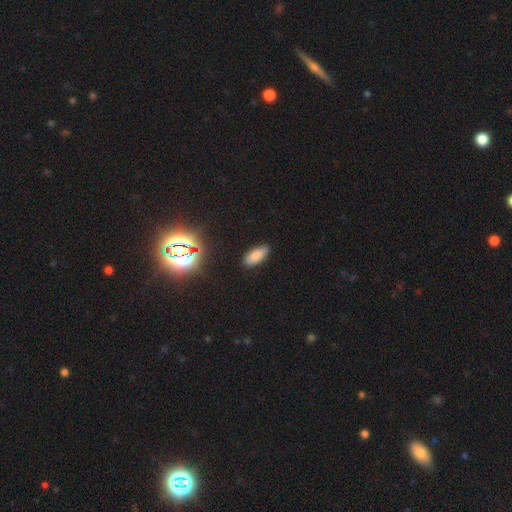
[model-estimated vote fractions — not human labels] This is likely a smooth galaxy (80%). How rounded: clearly in between (84%). Merging: clearly none (87%).